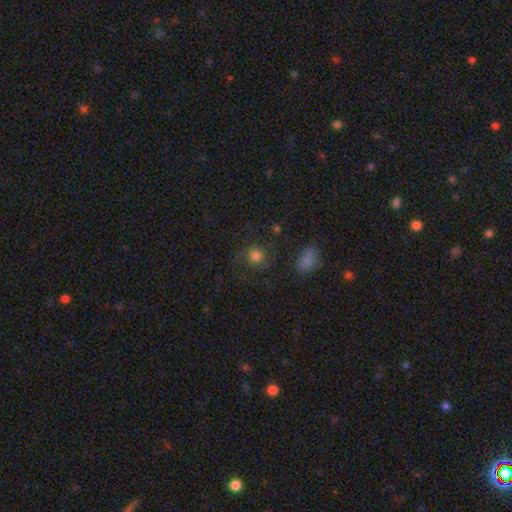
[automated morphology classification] Overall: smooth (65%). How rounded: round (88%). Merging: none (71%).